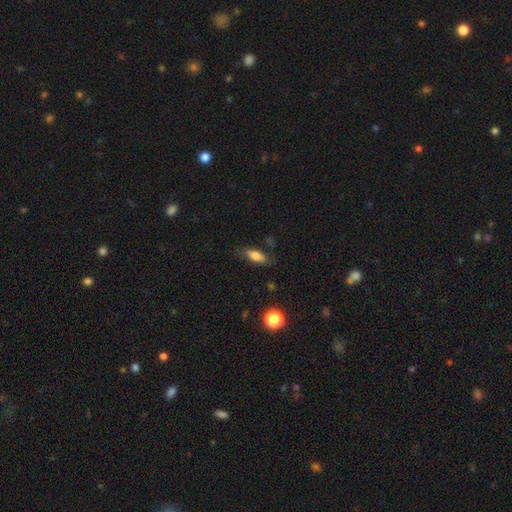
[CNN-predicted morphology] Smooth or featured? Predicted: smooth (p=0.72). How rounded? Predicted: in between (p=0.73). Merging? Predicted: none (p=0.76).